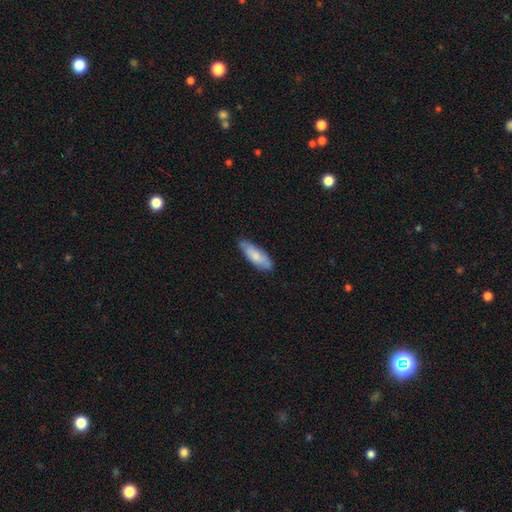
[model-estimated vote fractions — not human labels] A smooth galaxy with no disk features (78%) that is in between round and cigar-shaped (59%). Merging: none (76%).